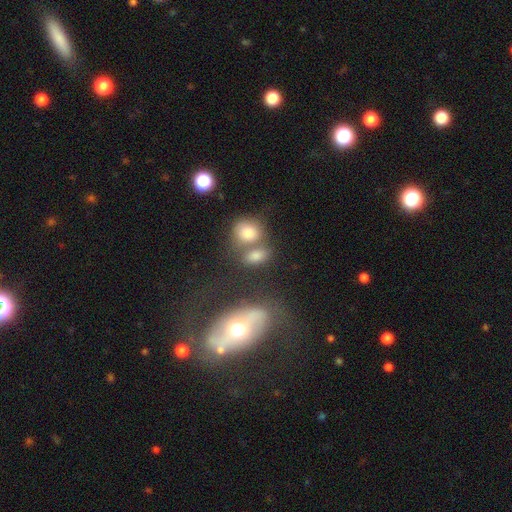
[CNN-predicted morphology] smooth-or-featured: smooth: 76% | star or artifact: 12% | featured or disk: 11%
  how-rounded: in between: 69% | round: 28% | cigar-shaped: 4%
  merging: merger: 41% (tied) | none: 41% (tied) | minor disturbance: 12% | major disturbance: 6%